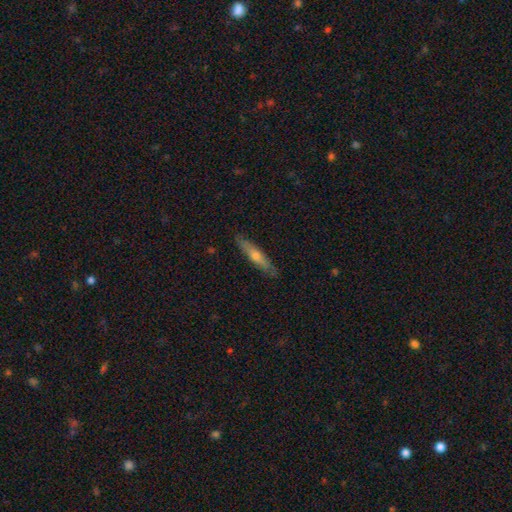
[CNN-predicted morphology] This appears to be a smooth galaxy with no disk features (49%). Merging: none (87%).